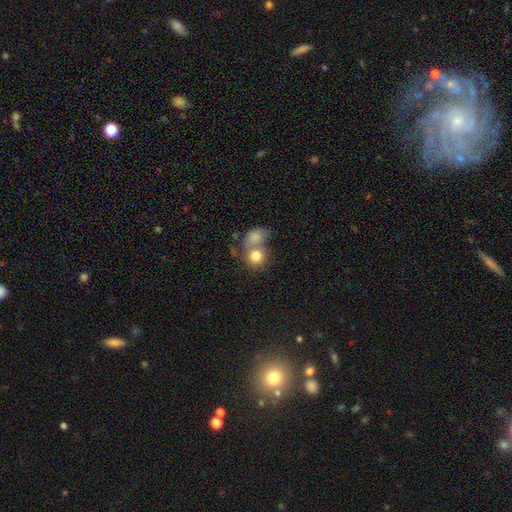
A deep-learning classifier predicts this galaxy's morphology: Smooth or featured? smooth (80%)
How rounded? round (78%)
Merging? merger (49%)